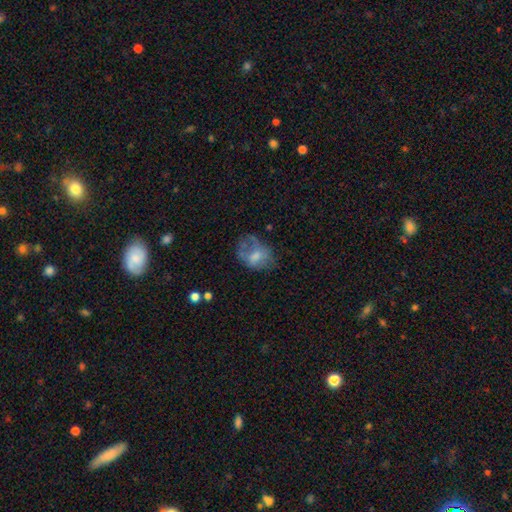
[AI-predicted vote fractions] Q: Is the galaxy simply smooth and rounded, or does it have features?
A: smooth — 55%.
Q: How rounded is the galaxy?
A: in between — 66%.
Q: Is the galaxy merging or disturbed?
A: none — 39%.